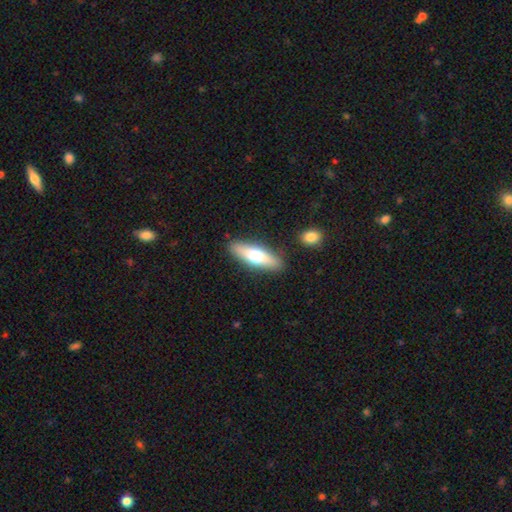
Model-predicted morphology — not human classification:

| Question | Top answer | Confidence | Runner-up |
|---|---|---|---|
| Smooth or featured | smooth | 58% | featured or disk (36%) |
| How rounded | cigar-shaped | 56% | in between (42%) |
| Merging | none | 85% | minor disturbance (9%) |